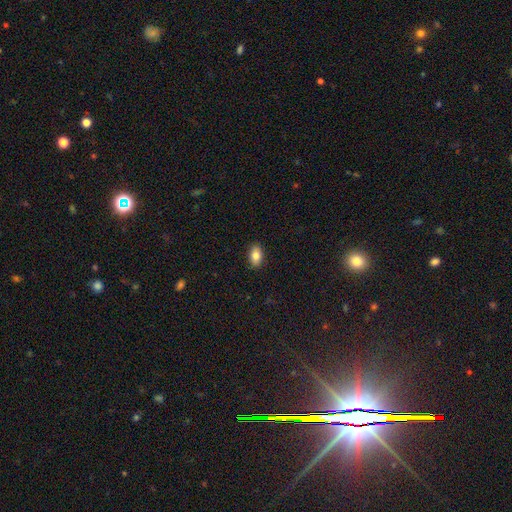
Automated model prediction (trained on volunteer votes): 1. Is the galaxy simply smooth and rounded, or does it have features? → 84% smooth, 9% featured or disk, 8% star or artifact.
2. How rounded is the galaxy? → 90% in between, 8% round, 2% cigar-shaped.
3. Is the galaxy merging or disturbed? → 89% none, 8% minor disturbance, 2% major disturbance, 1% merger.